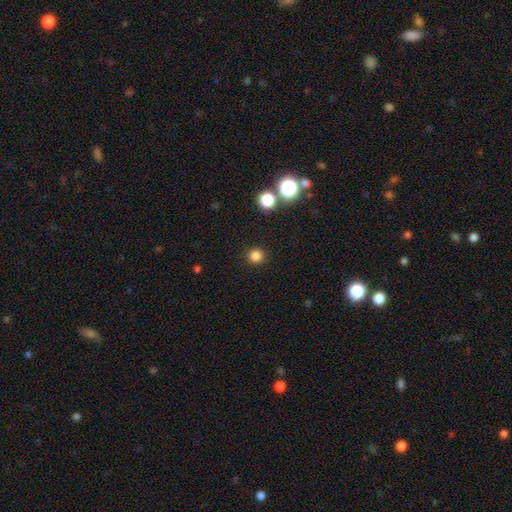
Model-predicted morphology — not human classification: This appears to be a smooth galaxy with no disk features (82%) that is round (93%). Merging: none (91%).